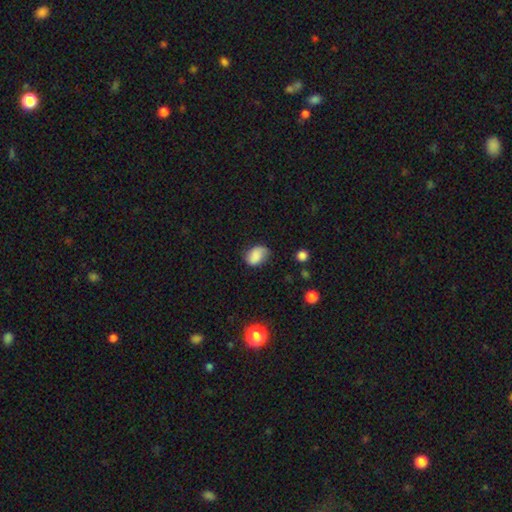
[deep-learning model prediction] Q: Smooth or featured?
A: smooth (76%); runner-up: featured or disk (14%)
Q: How rounded?
A: in between (76%); runner-up: round (23%)
Q: Merging?
A: none (58%); runner-up: minor disturbance (31%)